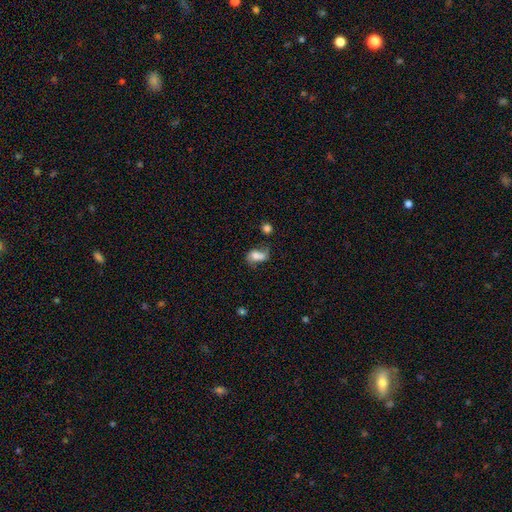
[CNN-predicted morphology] This appears to be a smooth galaxy with no disk features (59%) that is in between round and cigar-shaped (76%). Merging: none (34%).